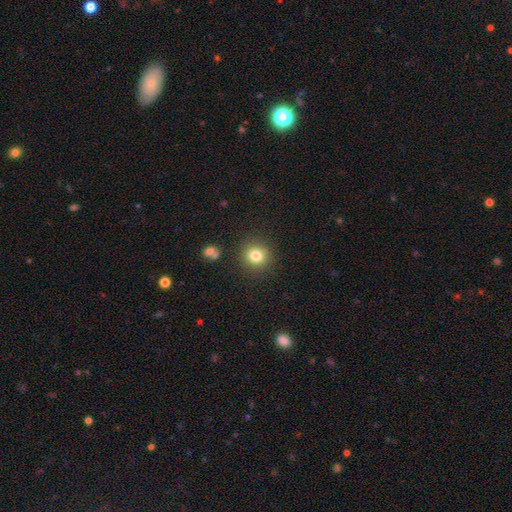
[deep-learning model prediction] Smooth or featured?
  - smooth: 81% *
  - star or artifact: 12%
  - featured or disk: 7%
How rounded?
  - round: 88% *
  - in between: 11%
  - cigar-shaped: 1%
Merging?
  - none: 87% *
  - minor disturbance: 8%
  - major disturbance: 3%
  - merger: 2%